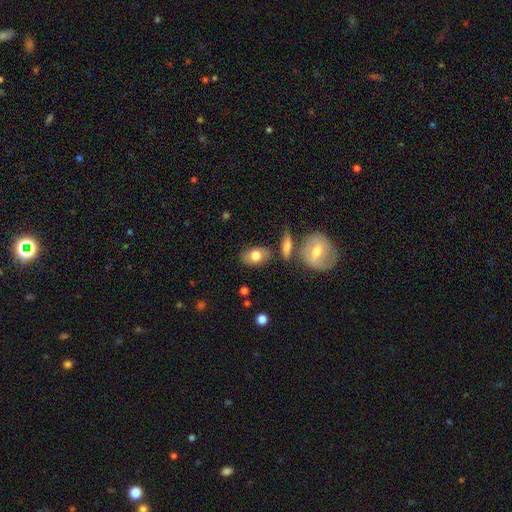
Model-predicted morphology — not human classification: smooth_or_featured: smooth (p=0.75) [alt: featured or disk p=0.18]
how_rounded: in between (p=0.77) [alt: round p=0.21]
merging: none (p=0.73) [alt: minor disturbance p=0.15]